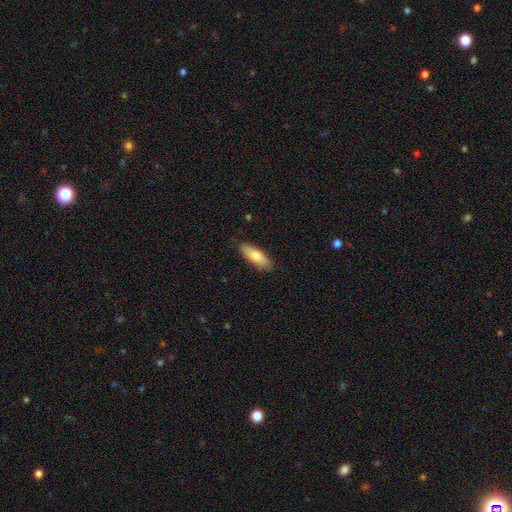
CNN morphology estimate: The model was most divided on "how rounded": in between: 56%, cigar-shaped: 42%, round: 2%. More confident: merging — none (86%); smooth or featured — smooth (76%).